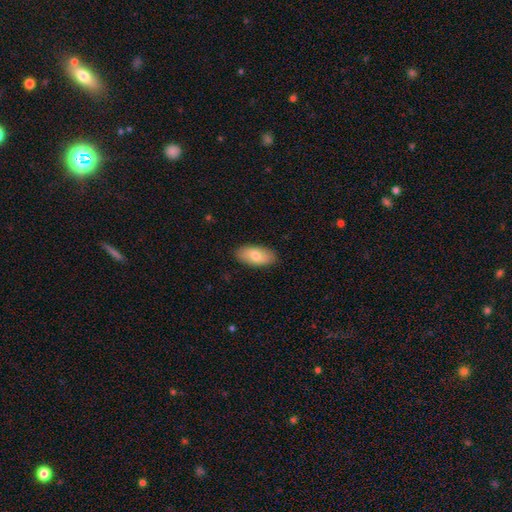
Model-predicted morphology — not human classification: A smooth galaxy with no disk features (74%) that is in between round and cigar-shaped (92%). Merging: none (88%).